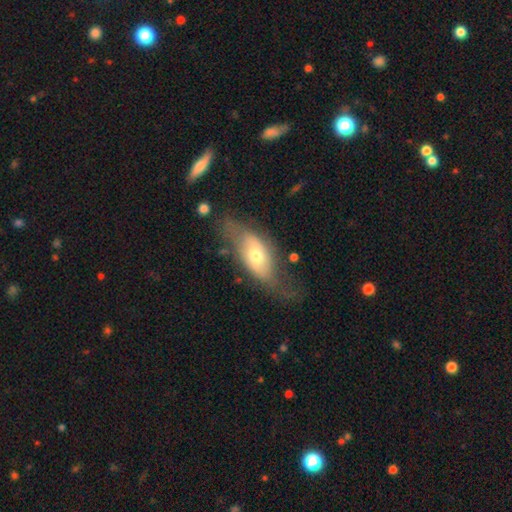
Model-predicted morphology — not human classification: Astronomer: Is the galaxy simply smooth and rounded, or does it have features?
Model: smooth — 46%, tied with featured or disk at 46%.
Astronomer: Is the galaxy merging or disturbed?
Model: none — 46% (runner-up: minor disturbance, 28%).